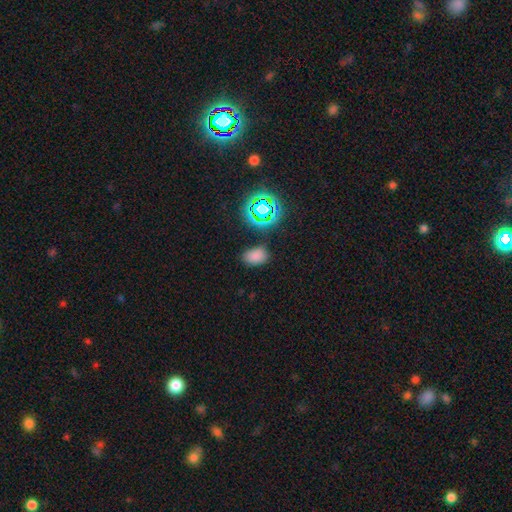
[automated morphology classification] Overall: smooth (72%). How rounded: in between (85%). Merging: none (79%).